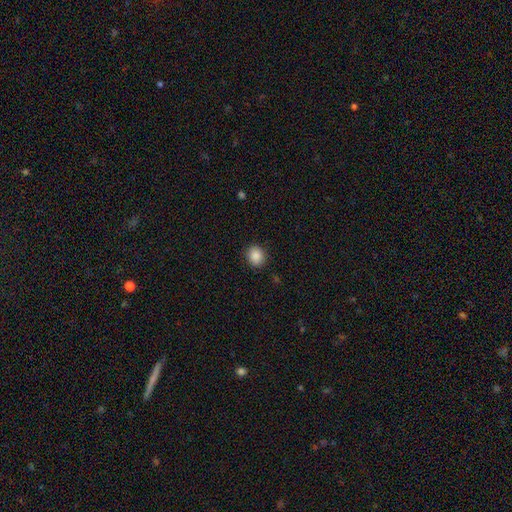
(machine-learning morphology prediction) Overall: smooth (88%). How rounded: round (73%). Merging: none (90%).